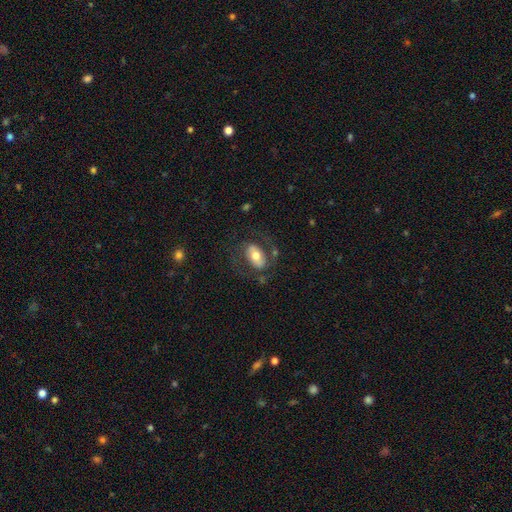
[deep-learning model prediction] A smooth galaxy with no disk features (52%) that is in between round and cigar-shaped (89%). Merging: none (62%).